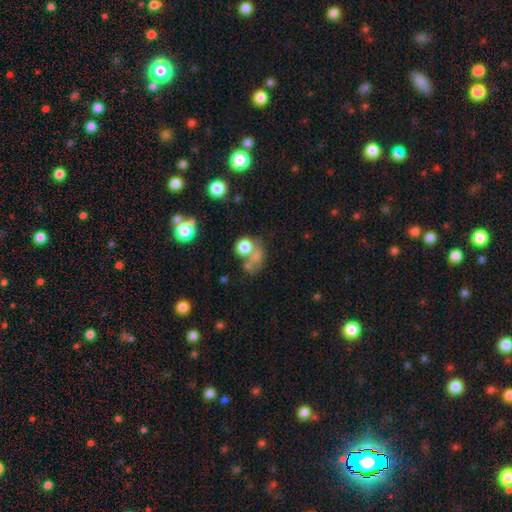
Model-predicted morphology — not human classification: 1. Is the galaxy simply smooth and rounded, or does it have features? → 64% smooth, 18% featured or disk, 18% star or artifact.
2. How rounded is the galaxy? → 68% round, 30% in between, 1% cigar-shaped.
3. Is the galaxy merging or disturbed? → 42% merger, 36% none, 12% major disturbance, 11% minor disturbance.